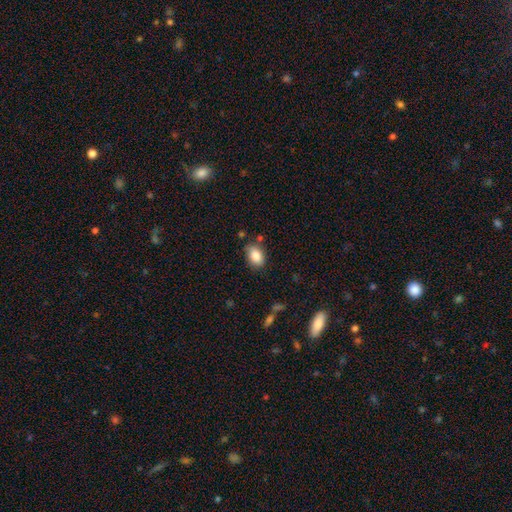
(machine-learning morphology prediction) smooth 86%, star or artifact 8%, featured or disk 6%. Down the decision tree: how rounded — in between (84%); merging — none (76%).